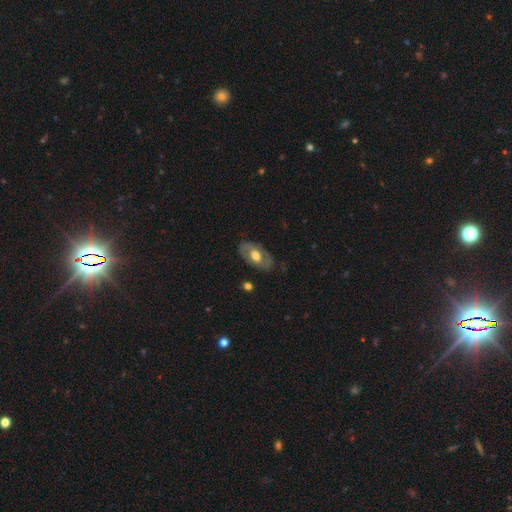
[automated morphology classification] This is possibly a featured or disk galaxy (54%). It is clearly not viewed edge-on (89%). Merging: likely none (77%).